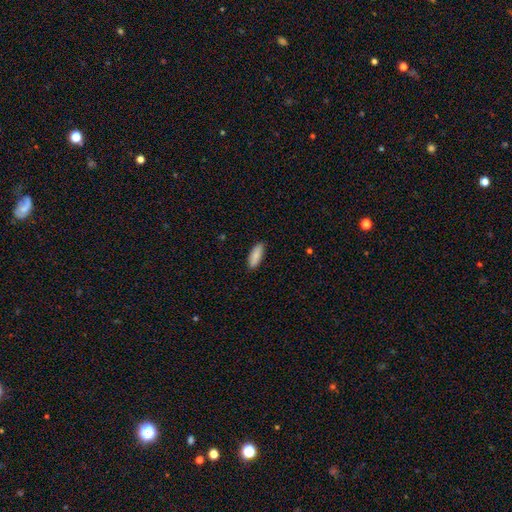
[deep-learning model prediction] Smooth or featured? smooth (87%)
How rounded? in between (68%)
Merging? none (89%)